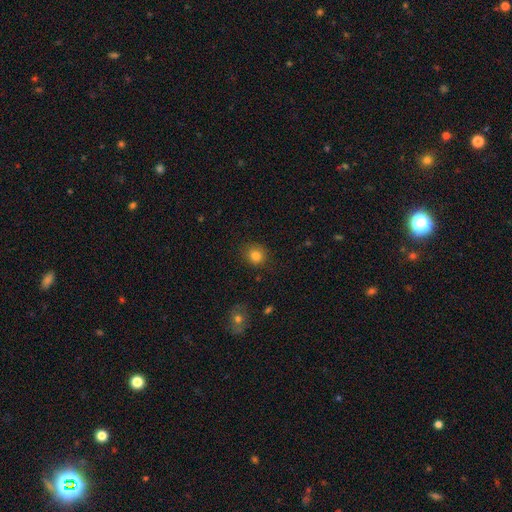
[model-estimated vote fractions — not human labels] The model was most divided on "how rounded": round: 81%, in between: 18%, cigar-shaped: 1%. More confident: merging — none (84%); smooth or featured — smooth (82%).